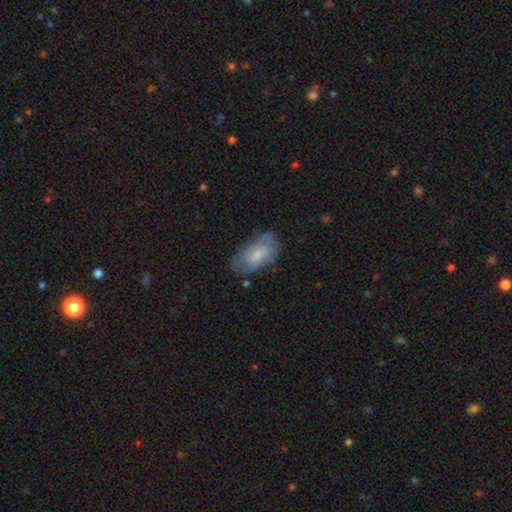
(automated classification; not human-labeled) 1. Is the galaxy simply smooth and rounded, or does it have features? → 53% smooth, 39% featured or disk, 8% star or artifact.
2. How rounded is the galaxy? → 91% in between, 4% cigar-shaped, 4% round.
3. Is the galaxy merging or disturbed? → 64% none, 25% minor disturbance, 8% major disturbance, 2% merger.